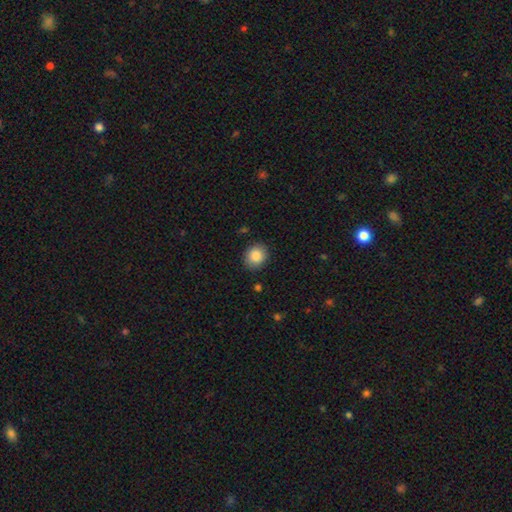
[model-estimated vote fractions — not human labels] Q: Smooth or featured?
A: smooth (87%); runner-up: star or artifact (8%)
Q: How rounded?
A: round (67%); runner-up: in between (32%)
Q: Merging?
A: none (87%); runner-up: minor disturbance (9%)